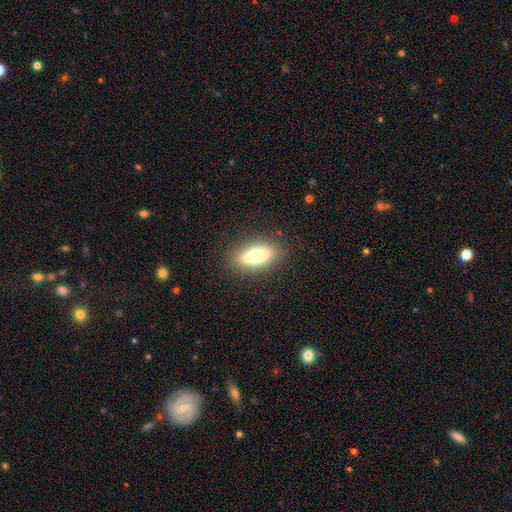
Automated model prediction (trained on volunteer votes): smooth_or_featured: smooth (p=0.71) [alt: featured or disk p=0.21]
how_rounded: in between (p=0.73) [alt: cigar-shaped p=0.23]
merging: none (p=0.86) [alt: minor disturbance p=0.09]